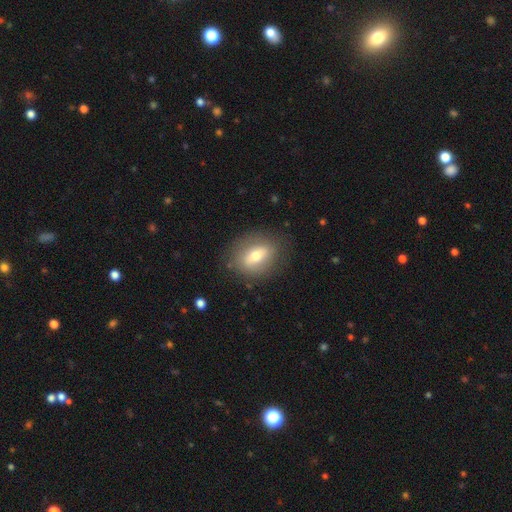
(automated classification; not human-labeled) smooth 57%, featured or disk 34%, star or artifact 8%. Down the decision tree: how rounded — in between (65%); merging — none (80%).